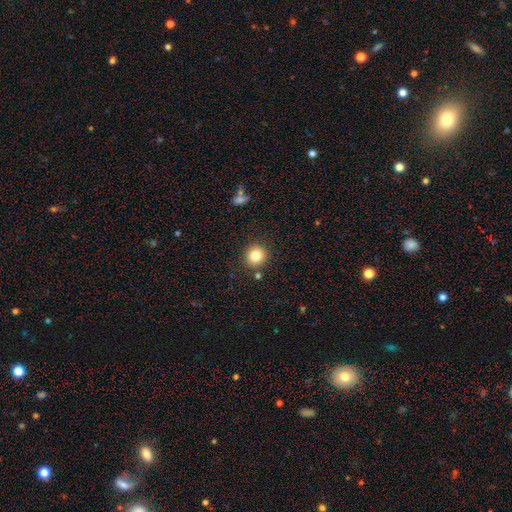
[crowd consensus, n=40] Q: Smooth or featured?
A: smooth (85%); runner-up: star or artifact (10%)
Q: How rounded?
A: round (97%); runner-up: in between (3%)
Q: Merging?
A: none (94%); runner-up: minor disturbance (3%)